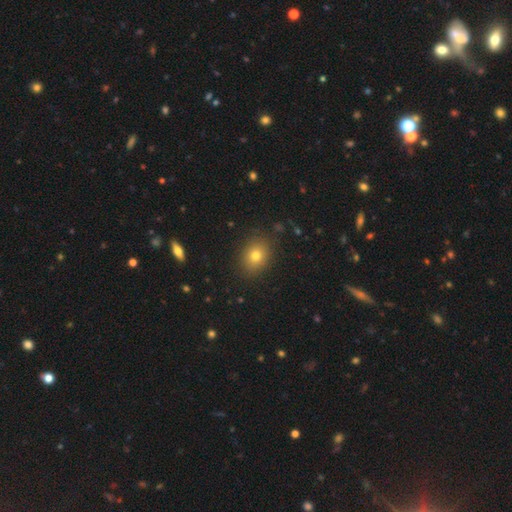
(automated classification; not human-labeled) A smooth galaxy with no disk features (77%) that is round (50%).

Vote fractions:
- Smooth or featured? smooth: 77% / star or artifact: 13% / featured or disk: 11%
- How rounded? round: 50% / in between: 49% / cigar-shaped: 1%
- Merging? none: 87% / minor disturbance: 9% / major disturbance: 3% / merger: 1%